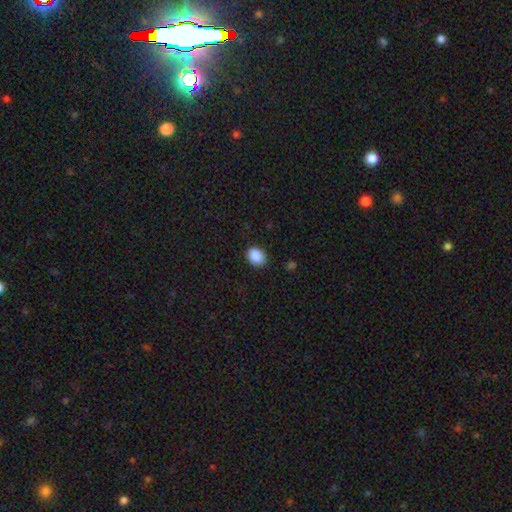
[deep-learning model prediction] Smooth or featured? Predicted: smooth (p=0.88). How rounded? Predicted: round (p=0.50). Merging? Predicted: none (p=0.88).